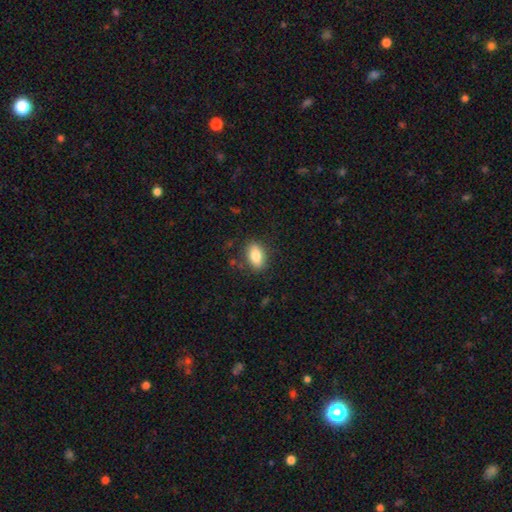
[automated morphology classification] Overall: smooth (84%). How rounded: in between (88%). Merging: none (84%).